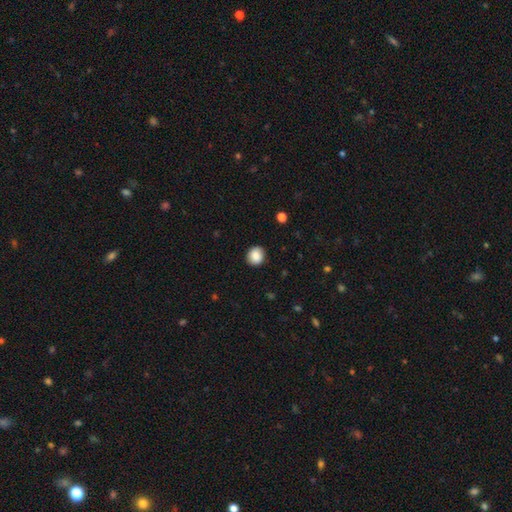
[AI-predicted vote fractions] This is clearly a smooth galaxy (86%). How rounded: likely round (79%). Merging: clearly none (88%).